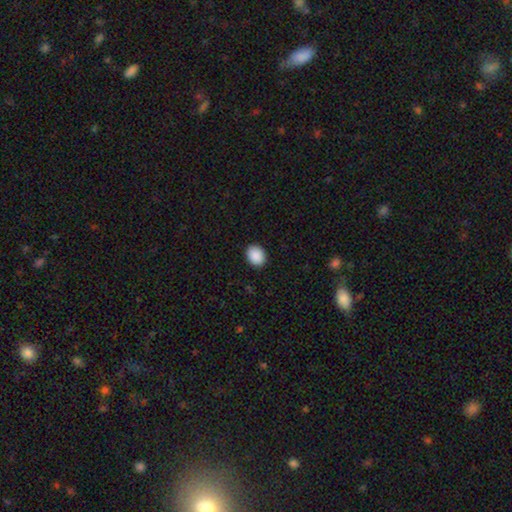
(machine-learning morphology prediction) Smooth or featured? Predicted: smooth (p=0.90). How rounded? Predicted: round (p=0.50). Merging? Predicted: none (p=0.90).